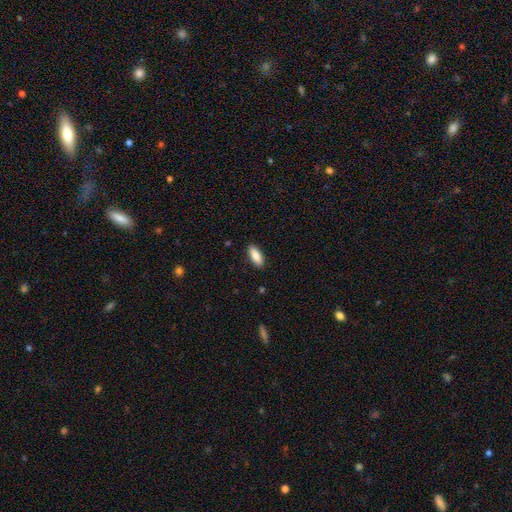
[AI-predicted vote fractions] smooth-or-featured: smooth: 86% | featured or disk: 8% | star or artifact: 6%
  how-rounded: in between: 78% | cigar-shaped: 21% | round: 2%
  merging: none: 89% | minor disturbance: 8% | major disturbance: 2% | merger: 1%